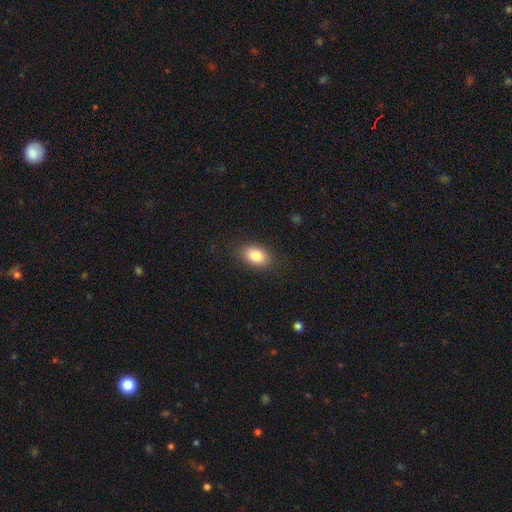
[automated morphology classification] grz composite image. It shows a smooth galaxy with no disk features (84%) that is in between round and cigar-shaped (87%). Merging: none (87%).